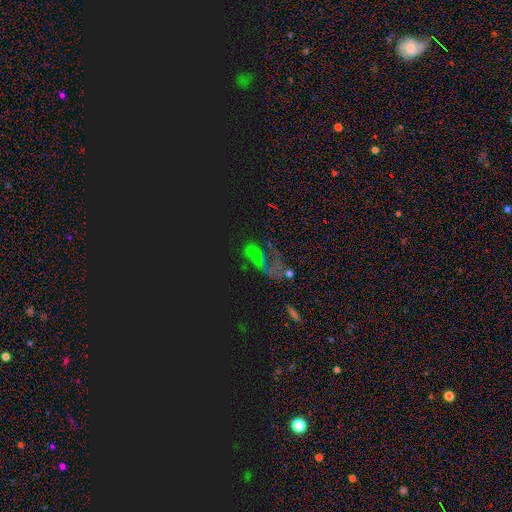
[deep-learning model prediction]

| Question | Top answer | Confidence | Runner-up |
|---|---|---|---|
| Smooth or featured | star or artifact | 52% | featured or disk (24%) |